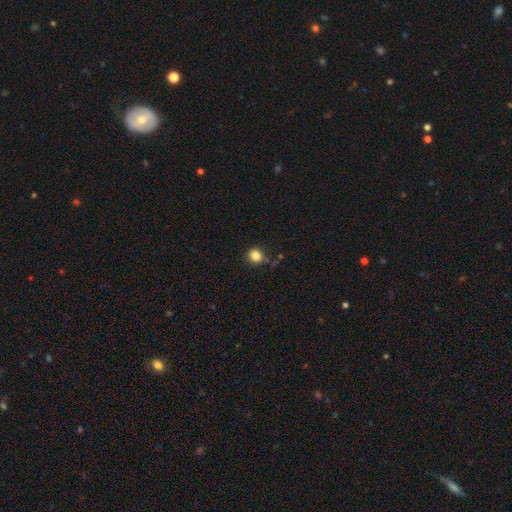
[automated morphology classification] Overall: smooth (84%). How rounded: round (86%). Merging: none (80%).